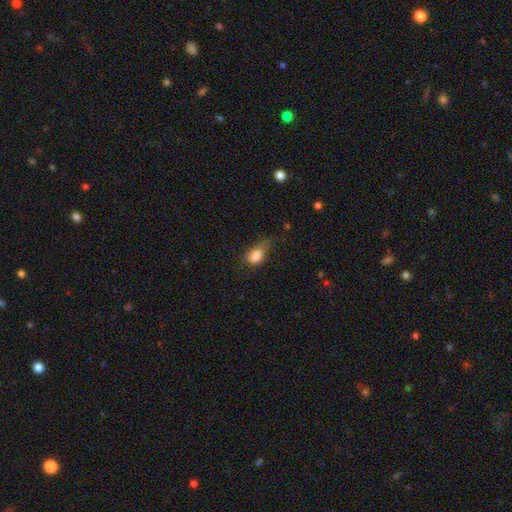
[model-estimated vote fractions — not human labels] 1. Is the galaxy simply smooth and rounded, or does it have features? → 82% smooth, 9% featured or disk, 9% star or artifact.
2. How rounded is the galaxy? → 81% in between, 15% round, 3% cigar-shaped.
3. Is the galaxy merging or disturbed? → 40% minor disturbance, 29% none, 27% major disturbance, 4% merger.